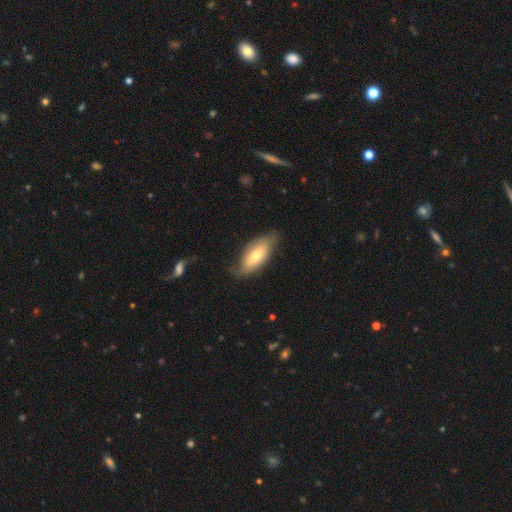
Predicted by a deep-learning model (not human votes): The model was most divided on "smooth or featured": smooth: 57%, featured or disk: 36%, star or artifact: 7%. More confident: how rounded — in between (82%); merging — none (66%).